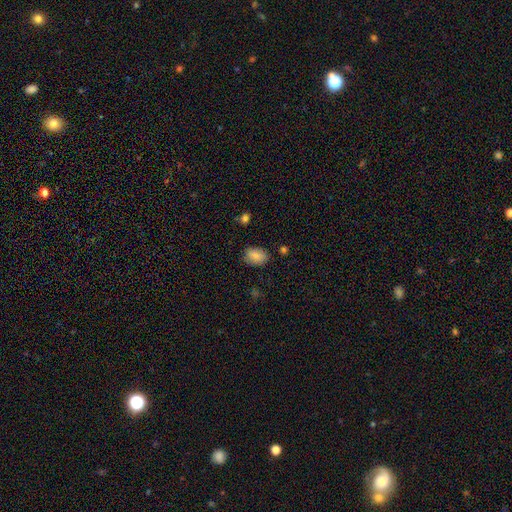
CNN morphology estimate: Smooth or featured: smooth — 84% (featured or disk — 8%)
How rounded: in between — 79% (round — 20%)
Merging: none — 81% (minor disturbance — 14%)